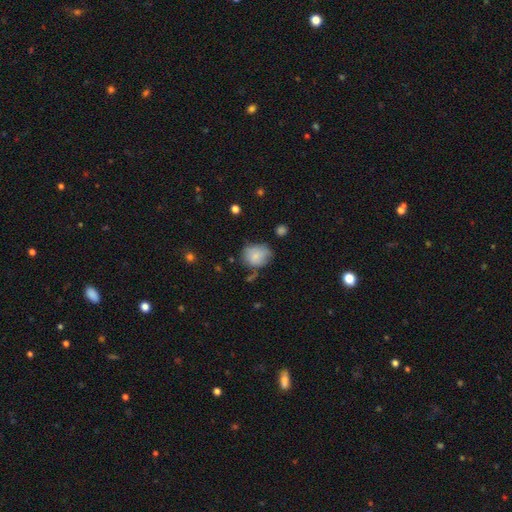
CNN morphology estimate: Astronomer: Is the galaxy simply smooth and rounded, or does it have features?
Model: smooth — 79%.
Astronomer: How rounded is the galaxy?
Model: round — 59% (runner-up: in between, 40%).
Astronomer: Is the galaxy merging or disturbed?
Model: none — 54% (runner-up: minor disturbance, 30%).